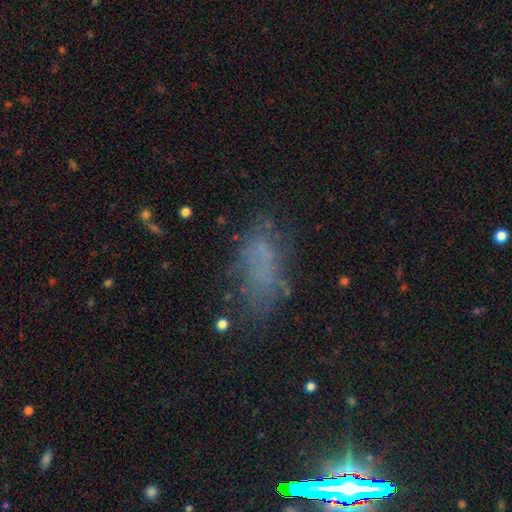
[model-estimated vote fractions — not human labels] Morphology: type=smooth (49%); merging=none (49%).